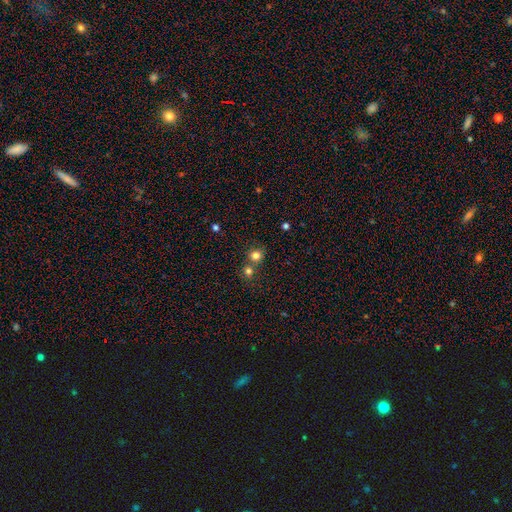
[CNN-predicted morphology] Smooth or featured? Predicted: smooth (p=0.79). How rounded? Predicted: round (p=0.85). Merging? Predicted: none (p=0.58).